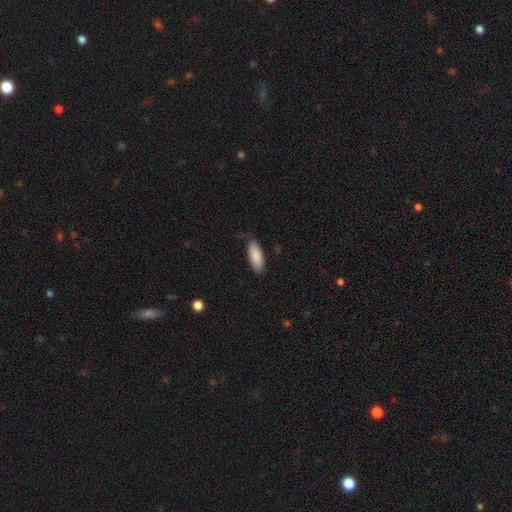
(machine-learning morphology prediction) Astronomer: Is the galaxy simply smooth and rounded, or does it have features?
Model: smooth — 88%.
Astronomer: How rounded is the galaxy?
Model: in between — 73%.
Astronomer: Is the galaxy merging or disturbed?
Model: none — 75%.